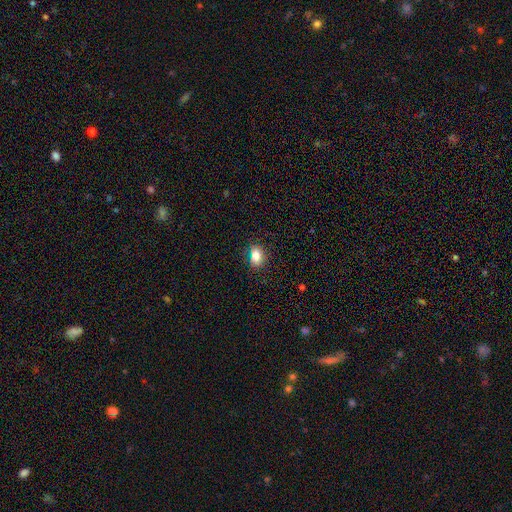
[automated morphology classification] smooth_or_featured: smooth (p=0.83) [alt: star or artifact p=0.10]
how_rounded: in between (p=0.70) [alt: round p=0.28]
merging: none (p=0.84) [alt: minor disturbance p=0.12]